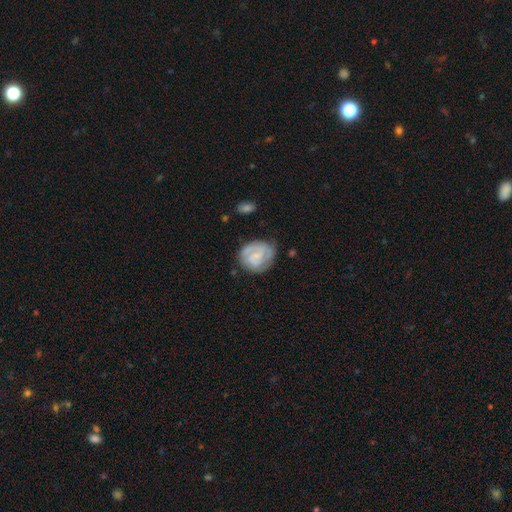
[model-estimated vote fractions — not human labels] The model was most divided on "bar": no: 52%, weak: 40%, strong: 8%. Remaining: edge-on disk — no (98%); spiral arms — yes (86%); merging — none (68%); smooth or featured — featured or disk (63%); spiral winding — tight (56%); spiral arm count — 2 (51%); bulge size — small (50%).